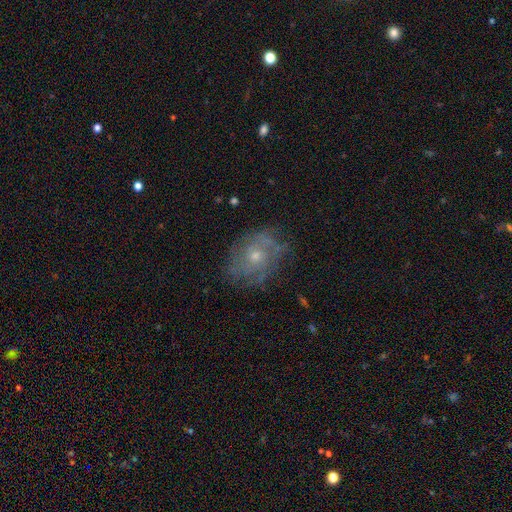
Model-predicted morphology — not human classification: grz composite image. It shows a featured or disk galaxy (65%) with no bar (83%), spiral arms (77%) and a small central bulge (55%). Merging: none (71%).